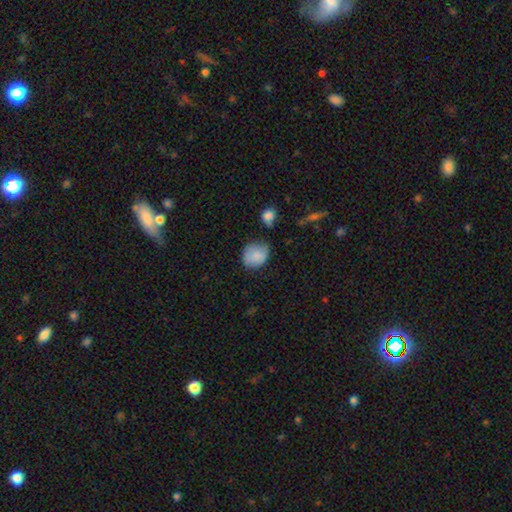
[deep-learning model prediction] Smooth or featured? smooth (82%)
How rounded? round (68%)
Merging? none (58%)